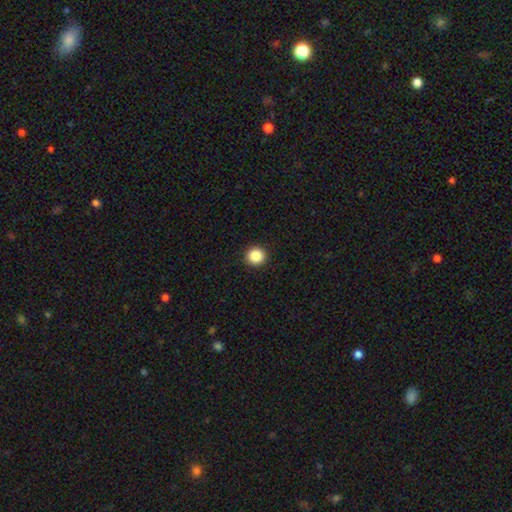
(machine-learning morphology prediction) This is clearly a smooth galaxy (87%). How rounded: clearly round (95%). Merging: clearly none (93%).